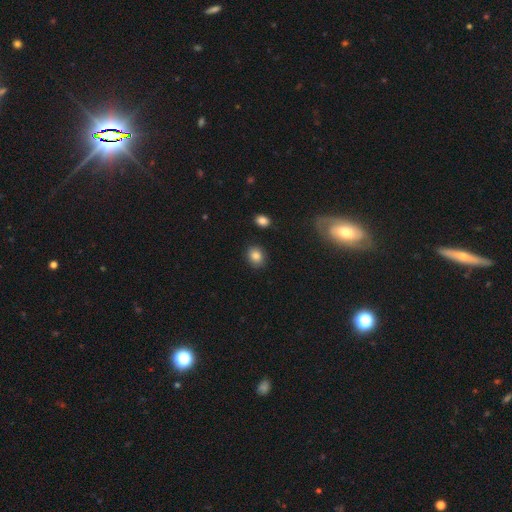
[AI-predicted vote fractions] This is clearly a smooth galaxy (85%). How rounded: likely round (67%). Merging: clearly none (88%).